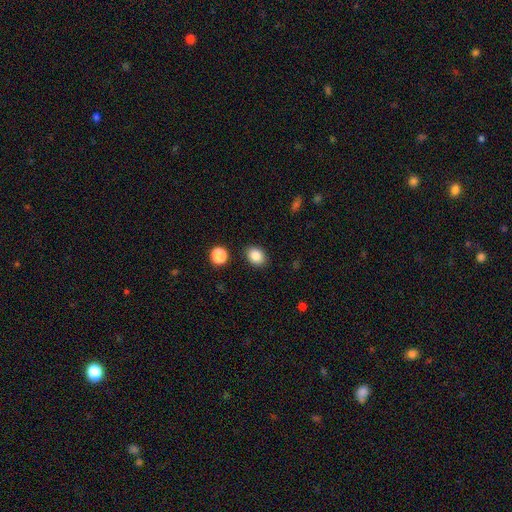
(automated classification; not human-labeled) Overall: smooth (86%). How rounded: in between (60%; round 39%). Merging: none (87%).